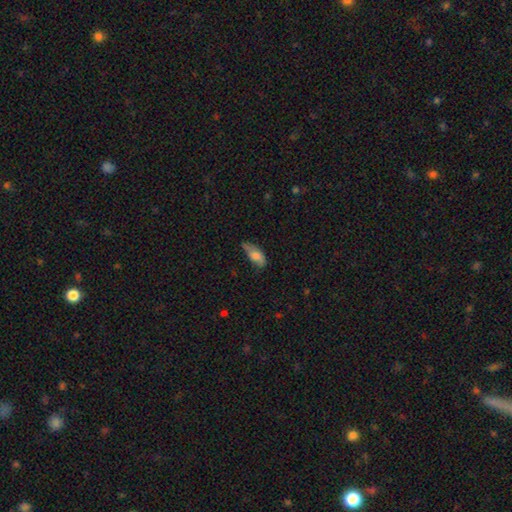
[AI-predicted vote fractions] This is likely a smooth galaxy (73%). How rounded: clearly in between (83%). Merging: marginally minor disturbance (43%).